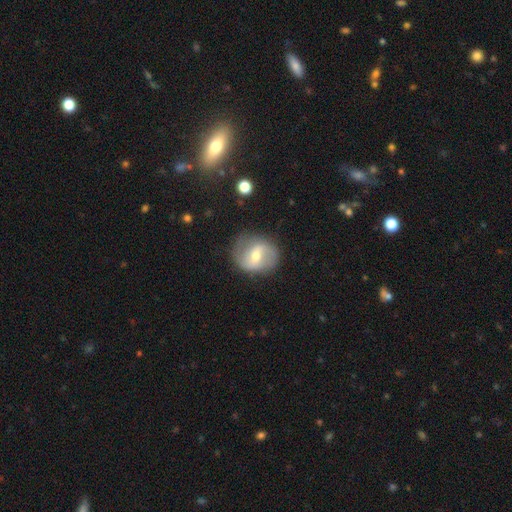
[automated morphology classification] Smooth or featured?
  - featured or disk: 63% *
  - smooth: 30%
  - star or artifact: 7%
Edge-on disk?
  - no: 96% *
  - yes: 4%
Bar?
  - weak: 50% *
  - strong: 31%
  - no: 19%
Spiral arms?
  - yes: 77% *
  - no: 23%
Bulge size?
  - moderate: 61% *
  - small: 33%
  - large: 4%
  - none: 1%
  - dominant: 1%
Merging?
  - none: 75% *
  - minor disturbance: 16%
  - major disturbance: 7%
  - merger: 2%